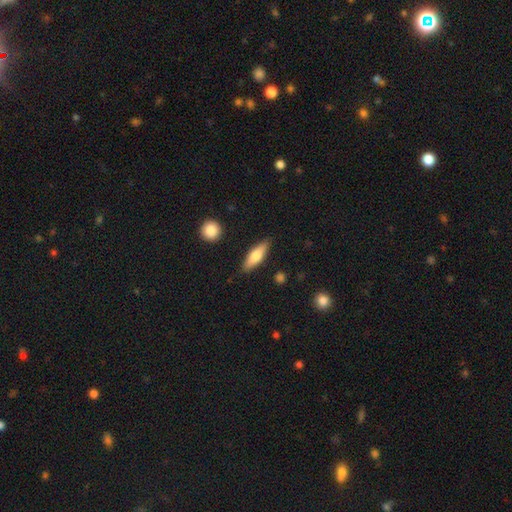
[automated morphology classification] Smooth or featured? Predicted: smooth (p=0.64). How rounded? Predicted: cigar-shaped (p=0.51). Merging? Predicted: none (p=0.85).